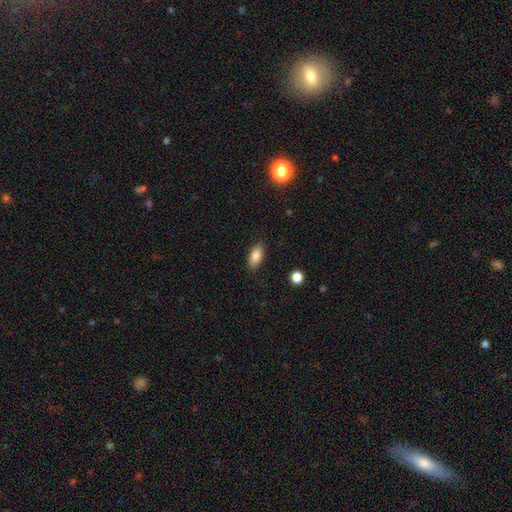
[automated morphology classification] Overall: smooth (85%). How rounded: in between (89%). Merging: none (87%).